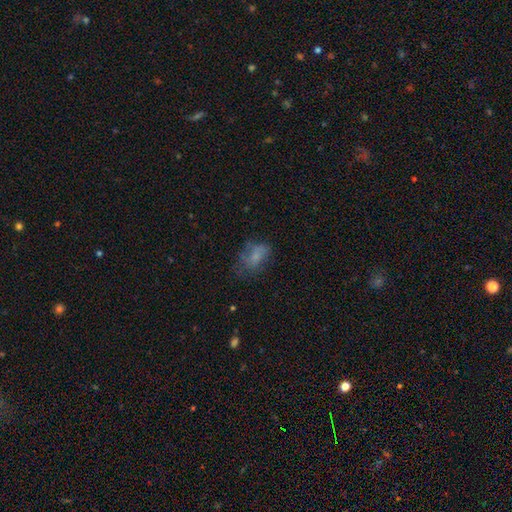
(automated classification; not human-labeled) This is likely a smooth galaxy (62%). How rounded: clearly in between (84%). Merging: possibly none (47%).